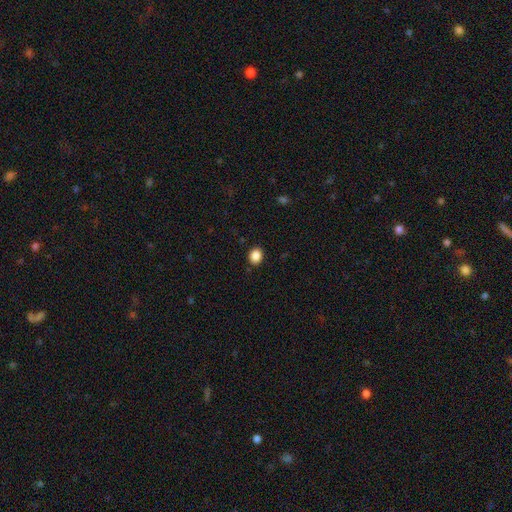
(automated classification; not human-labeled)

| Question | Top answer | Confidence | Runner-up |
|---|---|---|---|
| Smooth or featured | smooth | 87% | star or artifact (10%) |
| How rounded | round | 66% | in between (33%) |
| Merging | none | 90% | minor disturbance (7%) |